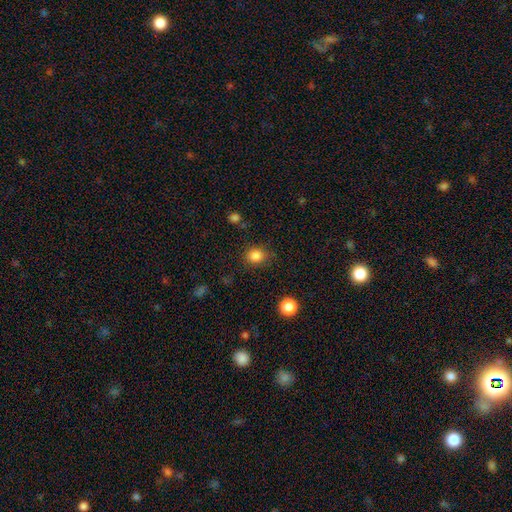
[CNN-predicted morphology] Smooth or featured: smooth — 84% (star or artifact — 11%)
How rounded: round — 72% (in between — 27%)
Merging: none — 80% (minor disturbance — 14%)